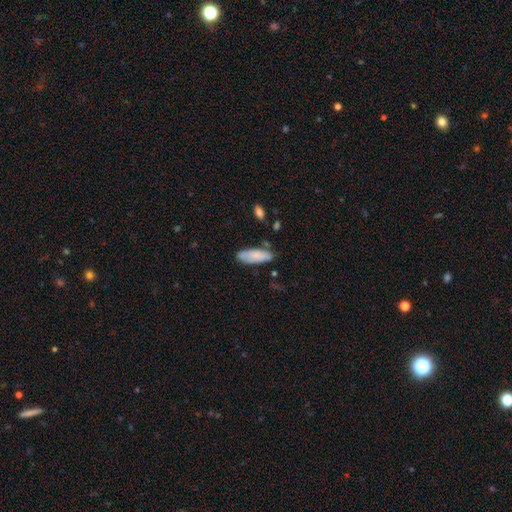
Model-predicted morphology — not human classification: Smooth or featured?
  - smooth: 82% *
  - featured or disk: 12%
  - star or artifact: 6%
How rounded?
  - in between: 67% *
  - cigar-shaped: 32%
  - round: 2%
Merging?
  - none: 70% *
  - minor disturbance: 21%
  - merger: 5%
  - major disturbance: 4%